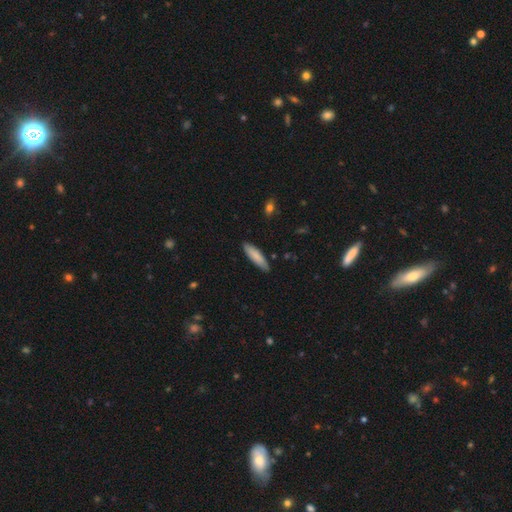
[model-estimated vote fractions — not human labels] Q: Smooth or featured?
A: smooth (82%); runner-up: featured or disk (12%)
Q: How rounded?
A: cigar-shaped (68%); runner-up: in between (30%)
Q: Merging?
A: none (87%); runner-up: minor disturbance (11%)